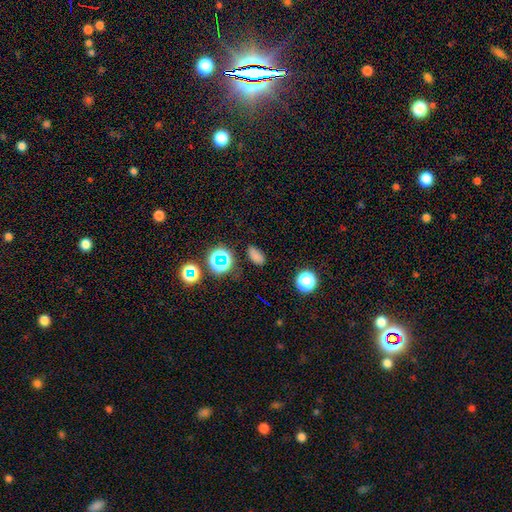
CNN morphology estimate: Smooth or featured: smooth — 72% (star or artifact — 22%)
How rounded: in between — 86% (round — 10%)
Merging: none — 81% (minor disturbance — 13%)